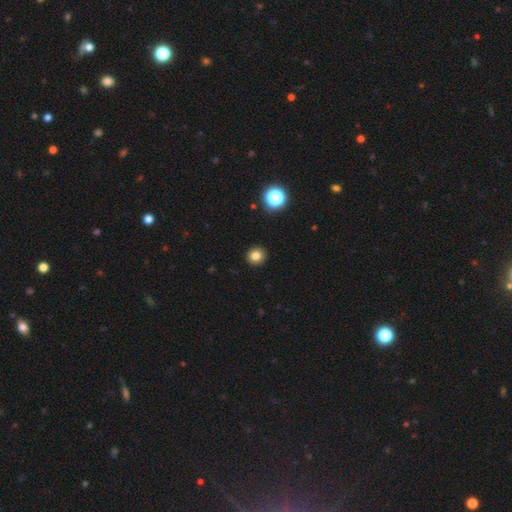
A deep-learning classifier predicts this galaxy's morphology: A smooth galaxy with no disk features (81%) that is round (89%).

Vote fractions:
- Smooth or featured? smooth: 81% / star or artifact: 13% / featured or disk: 6%
- How rounded? round: 89% / in between: 10% / cigar-shaped: 1%
- Merging? none: 92% / minor disturbance: 5% / major disturbance: 2% / merger: 1%